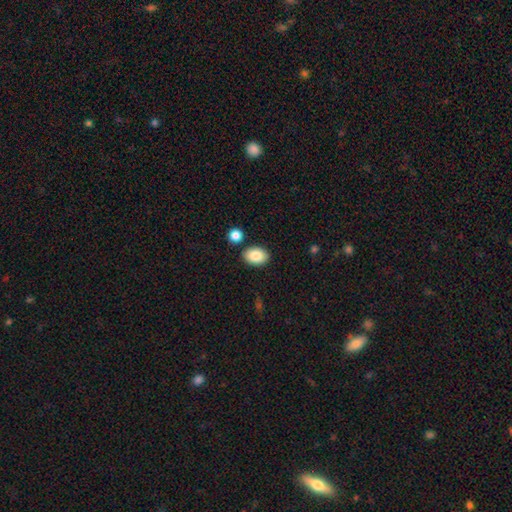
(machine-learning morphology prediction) This is clearly a smooth galaxy (87%). How rounded: clearly in between (82%). Merging: clearly none (84%).